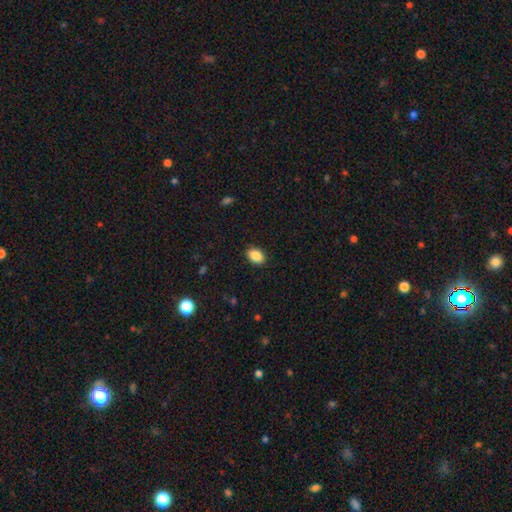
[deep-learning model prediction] A smooth galaxy with no disk features (89%) that is in between round and cigar-shaped (86%). Merging: none (90%).